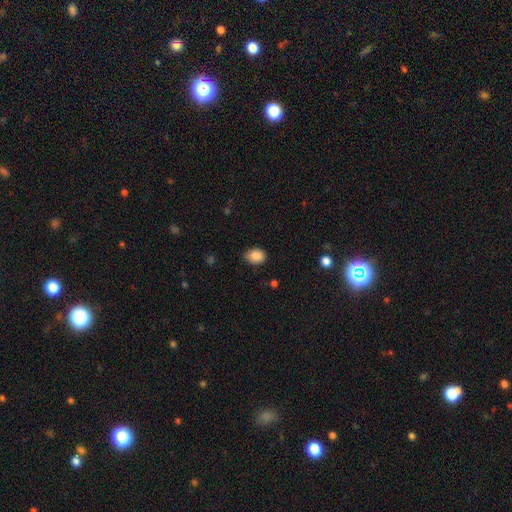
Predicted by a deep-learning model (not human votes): A smooth galaxy with no disk features (86%) that is in between round and cigar-shaped (65%). Merging: none (75%).